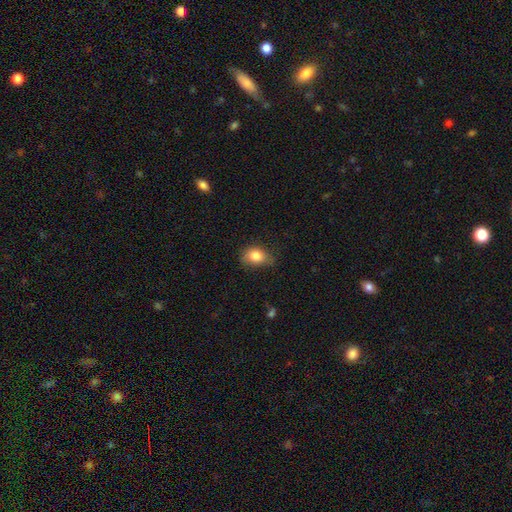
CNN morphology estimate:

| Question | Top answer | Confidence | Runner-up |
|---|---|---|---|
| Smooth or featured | smooth | 83% | star or artifact (9%) |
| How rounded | in between | 65% | round (33%) |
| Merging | none | 62% | minor disturbance (30%) |